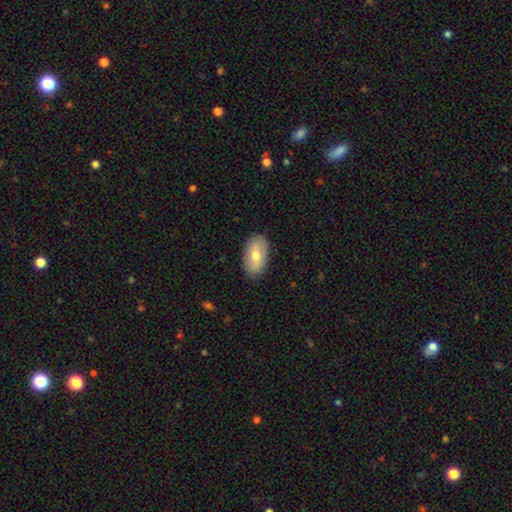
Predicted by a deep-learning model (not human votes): A smooth galaxy with no disk features (59%) that is in between round and cigar-shaped (93%). Merging: none (86%).